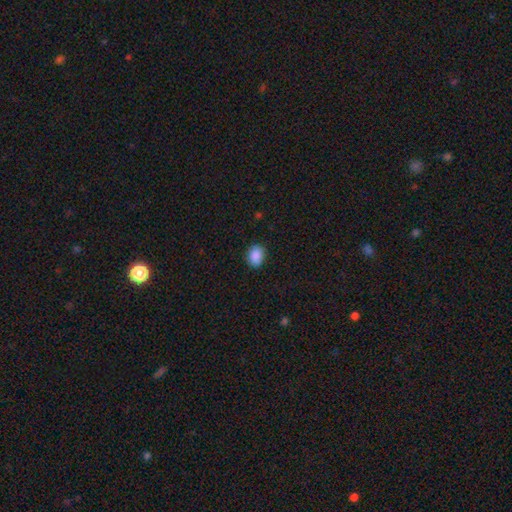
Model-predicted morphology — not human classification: Smooth or featured? smooth (89%)
How rounded? in between (61%)
Merging? none (87%)